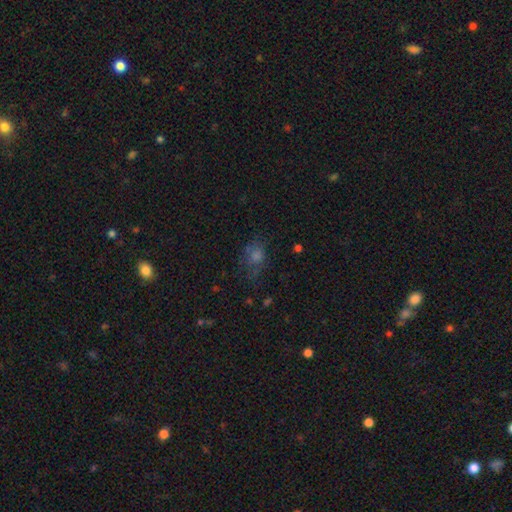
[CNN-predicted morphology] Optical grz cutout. It shows a smooth galaxy with no disk features (52%) that is in between round and cigar-shaped (54%). Merging: none (61%).